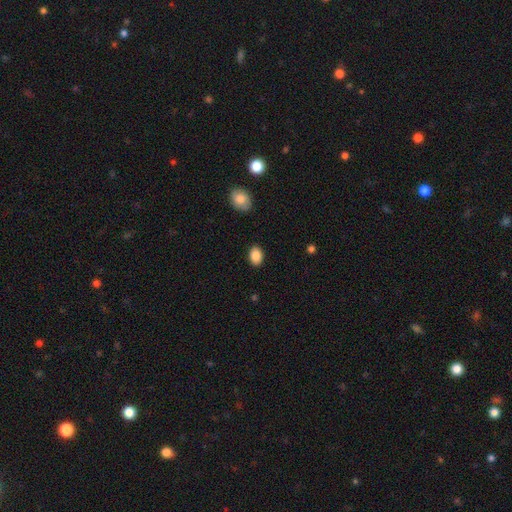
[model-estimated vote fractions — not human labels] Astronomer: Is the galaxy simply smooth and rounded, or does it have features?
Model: smooth — 89%.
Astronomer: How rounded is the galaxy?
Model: in between — 77%.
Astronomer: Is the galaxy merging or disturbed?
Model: none — 88%.